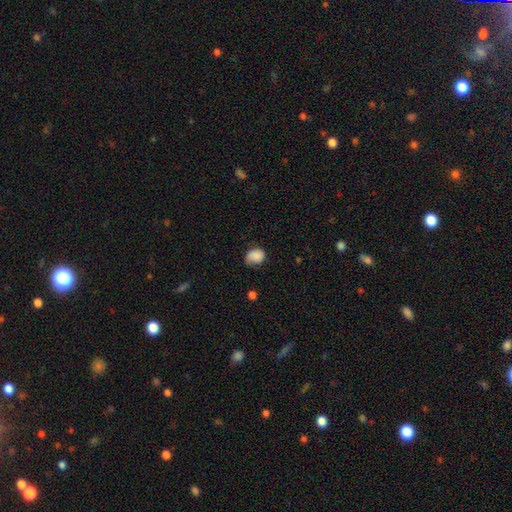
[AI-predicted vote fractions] Smooth or featured? Predicted: smooth (p=0.84). How rounded? Predicted: round (p=0.53). Merging? Predicted: none (p=0.59).